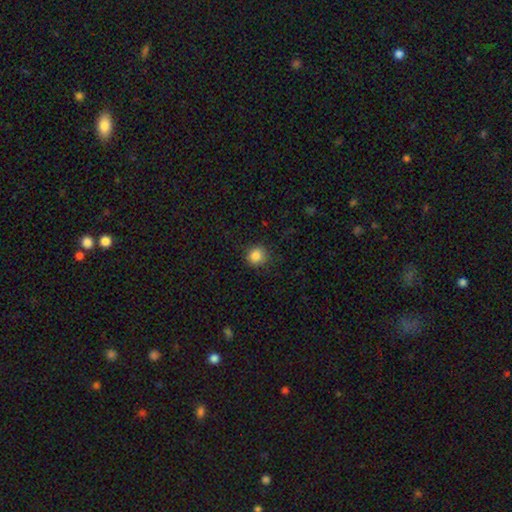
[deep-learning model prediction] smooth 86%, star or artifact 11%, featured or disk 4%. Down the decision tree: how rounded — round (89%); merging — none (86%).